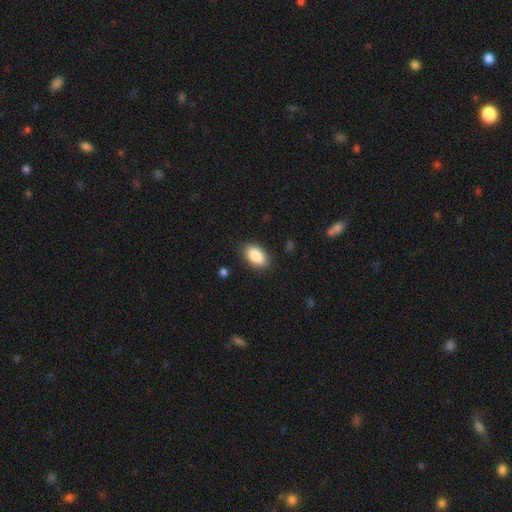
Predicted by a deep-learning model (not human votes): smooth 87%, star or artifact 7%, featured or disk 6%. Down the decision tree: how rounded — in between (93%); merging — none (86%).